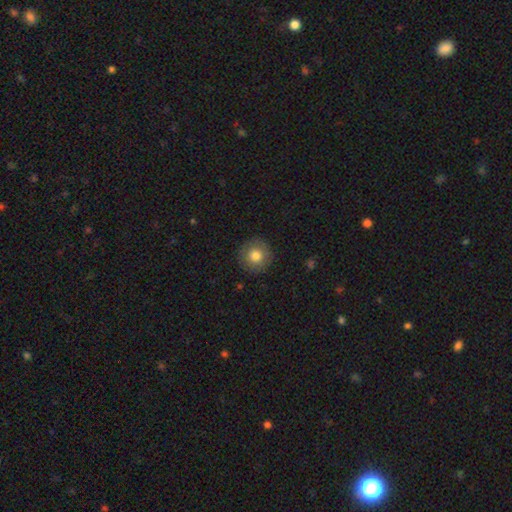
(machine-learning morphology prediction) A smooth galaxy with no disk features (79%) that is round (95%).

Vote fractions:
- Smooth or featured? smooth: 79% / featured or disk: 12% / star or artifact: 10%
- How rounded? round: 95% / in between: 4% / cigar-shaped: 1%
- Merging? none: 90% / minor disturbance: 7% / major disturbance: 2% / merger: 1%